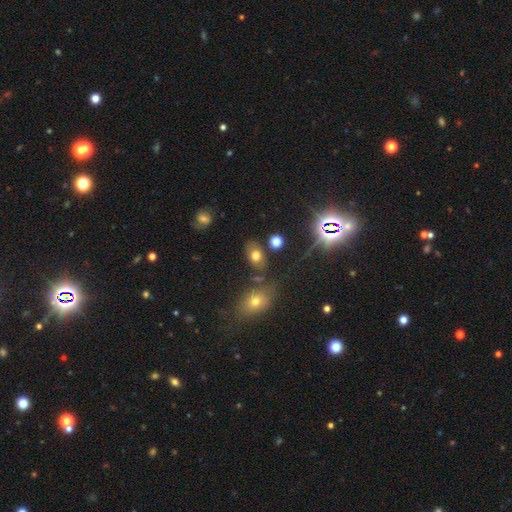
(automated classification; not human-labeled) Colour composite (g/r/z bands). It shows a smooth galaxy with no disk features (69%) that is in between round and cigar-shaped (81%). Merging: none (72%).